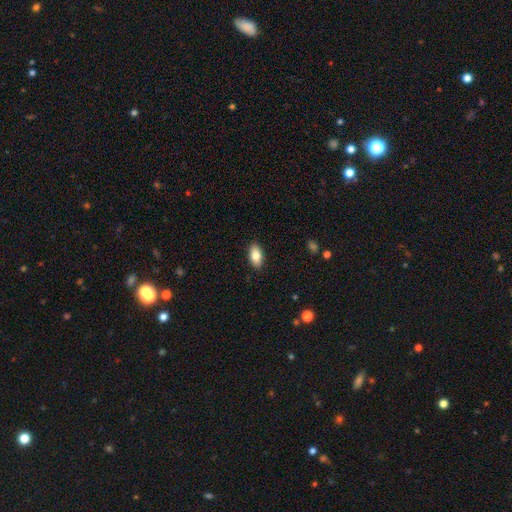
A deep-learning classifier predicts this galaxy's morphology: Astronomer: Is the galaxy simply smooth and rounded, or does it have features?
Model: smooth — 83%.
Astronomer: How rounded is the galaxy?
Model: in between — 92%.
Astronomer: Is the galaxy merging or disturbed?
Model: none — 89%.